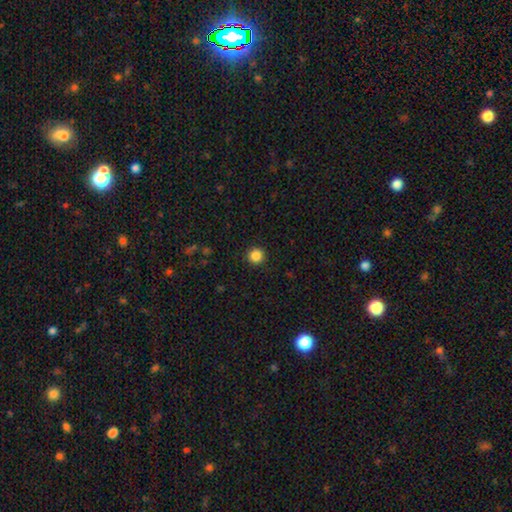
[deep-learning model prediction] This appears to be a smooth galaxy with no disk features (86%) that is round (95%). Merging: none (92%).